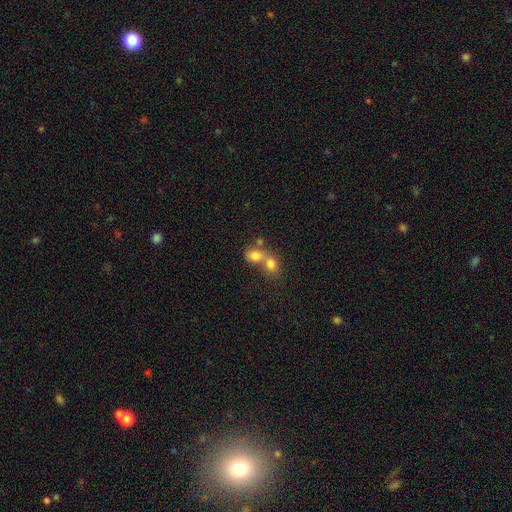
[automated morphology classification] A smooth galaxy with no disk features (77%) that is round (58%).

Vote fractions:
- Smooth or featured? smooth: 77% / featured or disk: 12% / star or artifact: 11%
- How rounded? round: 58% / in between: 41% / cigar-shaped: 1%
- Merging? merger: 67% / none: 24% / minor disturbance: 6% / major disturbance: 3%